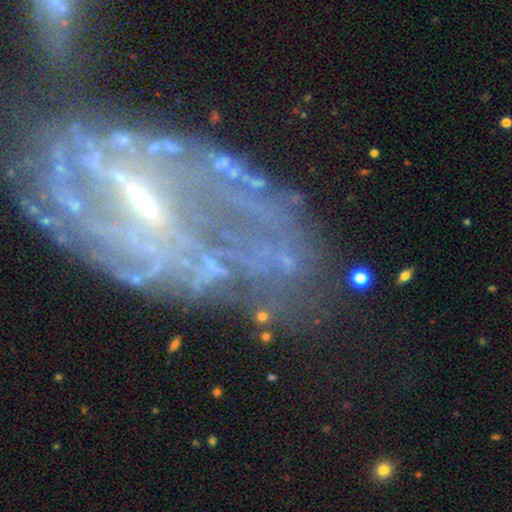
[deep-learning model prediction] Overall: featured or disk (70%). Edge-on disk: no (92%). Bar: no (38%; weak 32%). Spiral arms: yes (57%; no 43%). Bulge size: small (44%; none 27%). Merging: none (46%; major disturbance 30%).